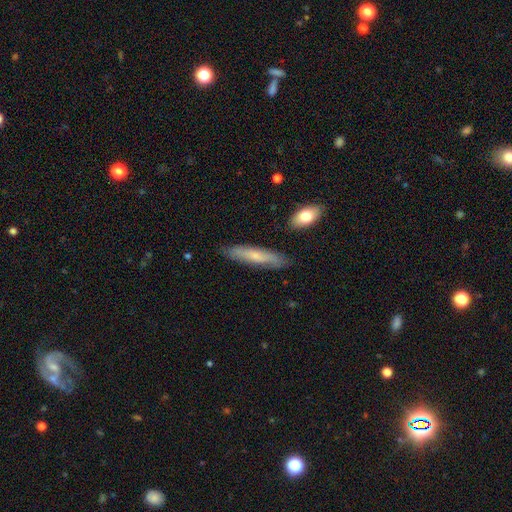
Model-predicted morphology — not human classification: A smooth galaxy with no disk features (57%) that is cigar-shaped (82%). Merging: none (82%).